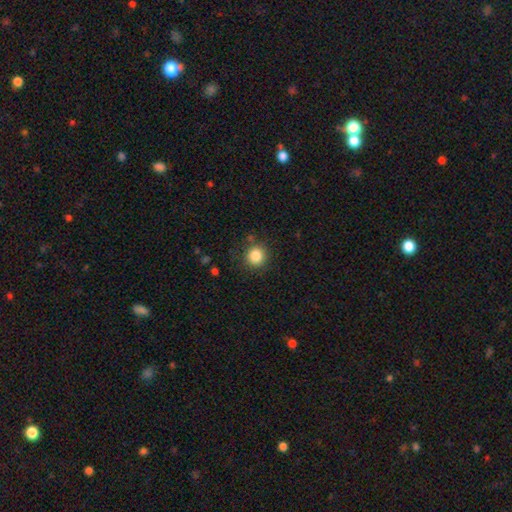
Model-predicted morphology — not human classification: type=smooth (85%); roundness=round (92%); merging=none (85%).